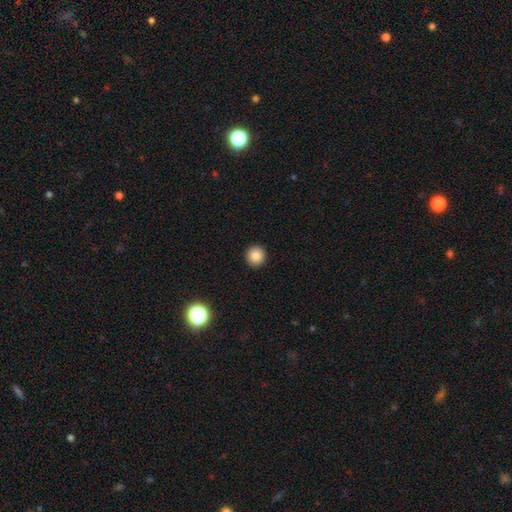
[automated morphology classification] smooth 85%, star or artifact 10%, featured or disk 4%. Down the decision tree: how rounded — round (94%); merging — none (93%).